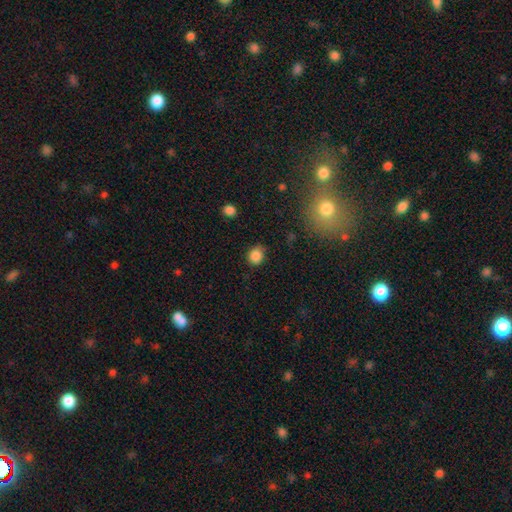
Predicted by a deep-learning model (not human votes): smooth-or-featured: smooth: 85% | star or artifact: 11% | featured or disk: 4%
  how-rounded: round: 72% | in between: 27% | cigar-shaped: 1%
  merging: none: 81% | minor disturbance: 15% | major disturbance: 3% | merger: 2%